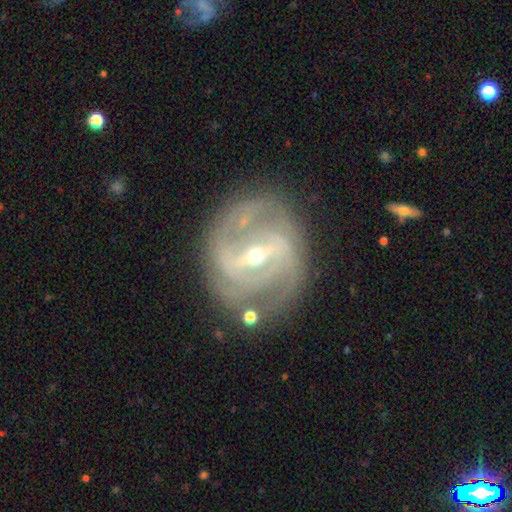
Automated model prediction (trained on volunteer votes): This is clearly a featured or disk galaxy (89%). It is clearly not viewed edge-on (96%). Bar: possibly strong (58%). Spiral arm pattern: clearly yes (96%). Spiral arm count: possibly 2 (51%). Spiral winding: marginally tight (44%, tied with medium). Central bulge: likely small (62%). Merging: likely none (75%).